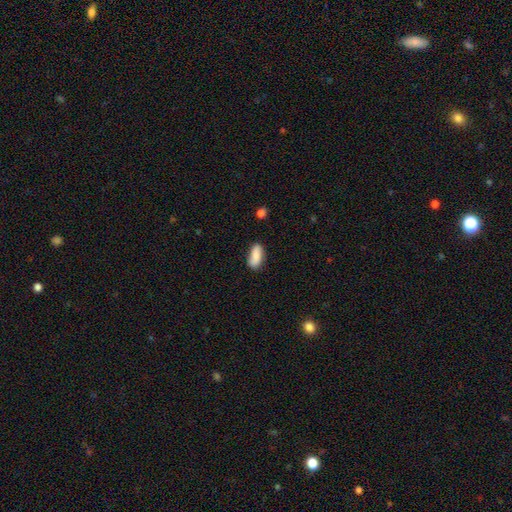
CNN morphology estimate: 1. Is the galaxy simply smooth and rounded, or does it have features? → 87% smooth, 7% star or artifact, 6% featured or disk.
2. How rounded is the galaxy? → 82% in between, 15% cigar-shaped, 2% round.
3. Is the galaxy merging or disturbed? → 76% none, 18% minor disturbance, 4% major disturbance, 2% merger.